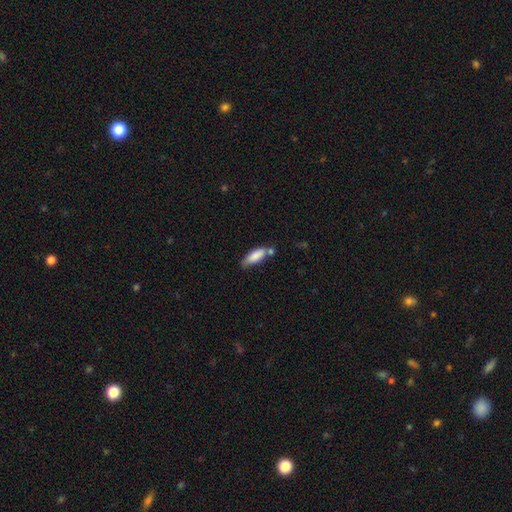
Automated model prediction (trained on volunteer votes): Morphology: type=smooth (82%); roundness=in between (63%); merging=none (50%).